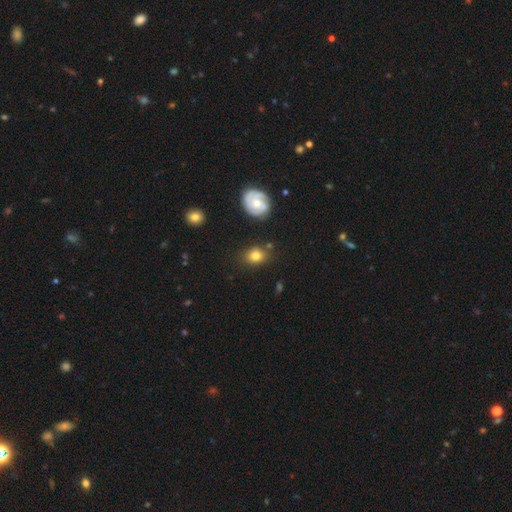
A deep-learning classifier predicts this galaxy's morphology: Q: Smooth or featured?
A: smooth (77%); runner-up: featured or disk (14%)
Q: How rounded?
A: in between (55%); runner-up: round (44%)
Q: Merging?
A: none (76%); runner-up: minor disturbance (15%)